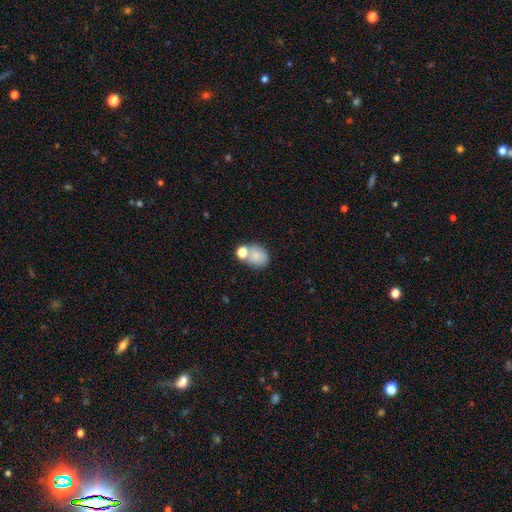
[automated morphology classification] The model was most divided on "how rounded": in between: 51%, round: 48%, cigar-shaped: 1%. Remaining: smooth or featured — smooth (77%); merging — none (48%).